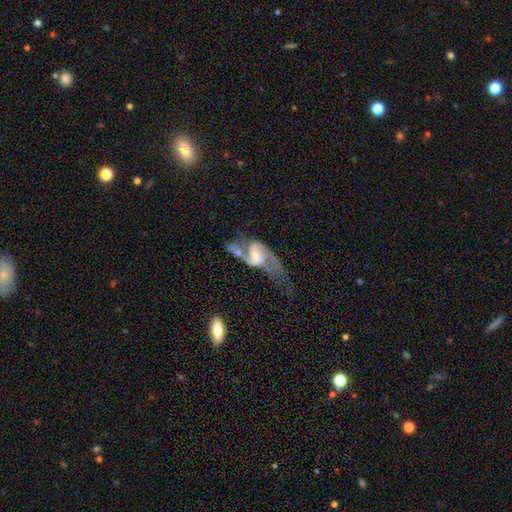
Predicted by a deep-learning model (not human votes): Smooth or featured: featured or disk — 86% (smooth — 8%)
Edge-on disk: no — 97% (yes — 3%)
Bar: weak — 48% (no — 33%)
Spiral arms: yes — 94% (no — 6%)
Spiral winding: loose — 55% (medium — 36%)
Spiral arm count: 2 — 89% (1 — 4%)
Bulge size: small — 48% (moderate — 41%)
Merging: none — 32% (major disturbance — 27%)